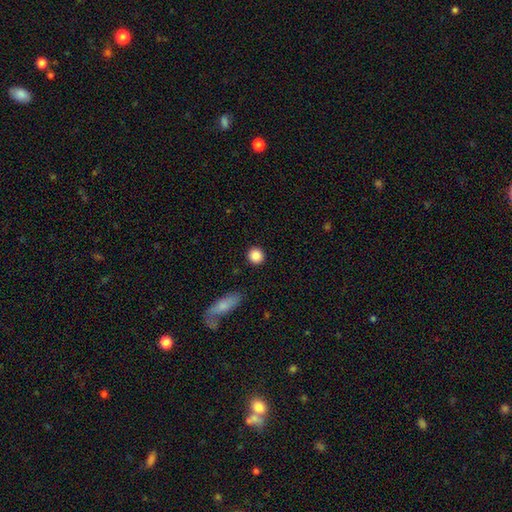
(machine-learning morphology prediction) This appears to be a smooth galaxy with no disk features (87%) that is round (92%). Merging: none (90%).